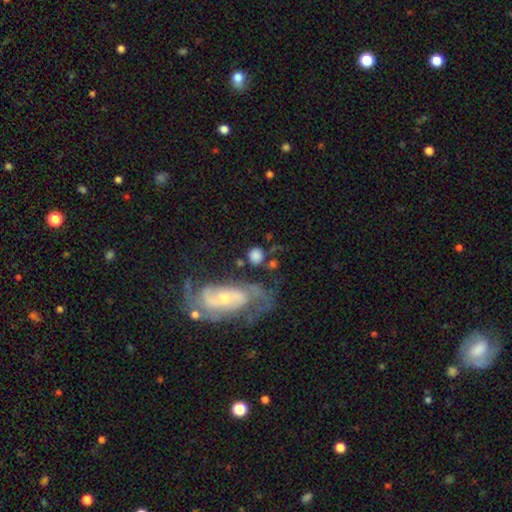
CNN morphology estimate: A smooth galaxy with no disk features (72%) that is round (81%). Merging: none (63%).